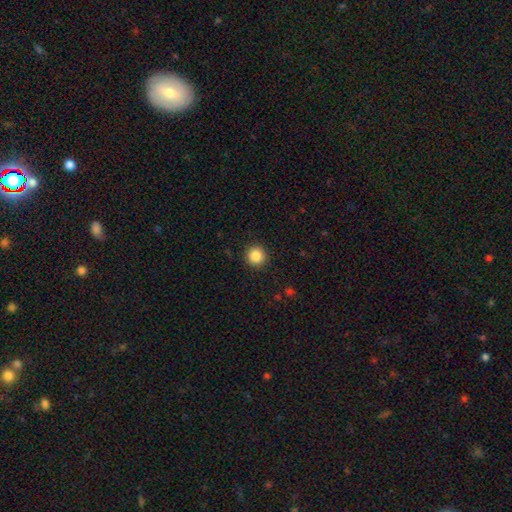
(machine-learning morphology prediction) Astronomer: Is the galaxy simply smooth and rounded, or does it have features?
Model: smooth — 86%.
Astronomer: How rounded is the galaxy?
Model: round — 95%.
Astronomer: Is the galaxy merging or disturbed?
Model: none — 92%.